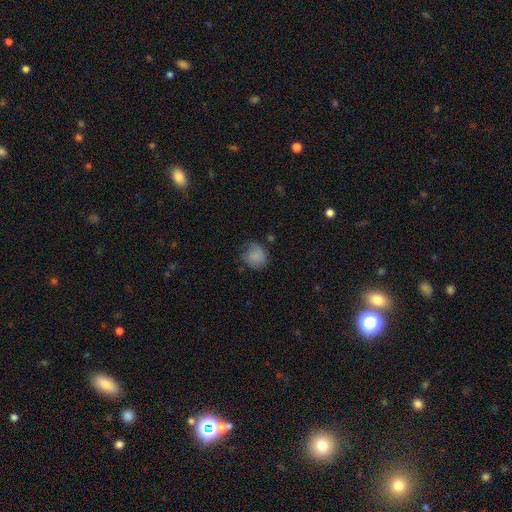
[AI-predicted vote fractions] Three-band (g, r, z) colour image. It shows a smooth galaxy with no disk features (75%) that is round (74%). Merging: none (53%).